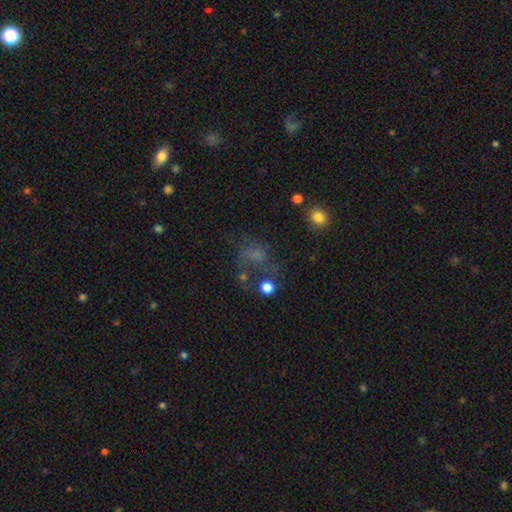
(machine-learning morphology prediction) The model was most divided on "merging": none: 38%, major disturbance: 34%, minor disturbance: 18%, merger: 9%. Remaining: smooth or featured — smooth (42%).